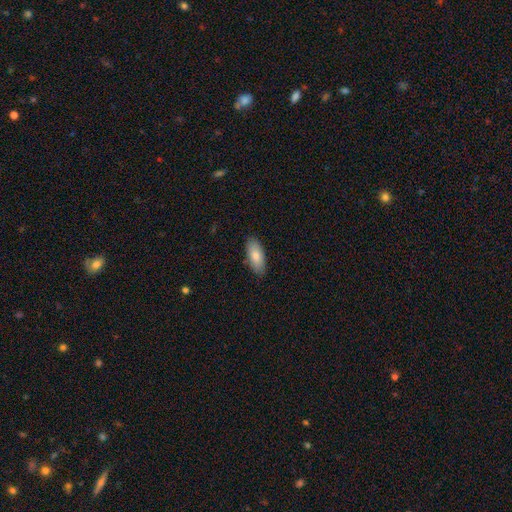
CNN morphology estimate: smooth-or-featured: smooth: 80% | featured or disk: 14% | star or artifact: 6%
  how-rounded: in between: 86% | cigar-shaped: 11% | round: 2%
  merging: none: 86% | minor disturbance: 11% | major disturbance: 2% | merger: 1%